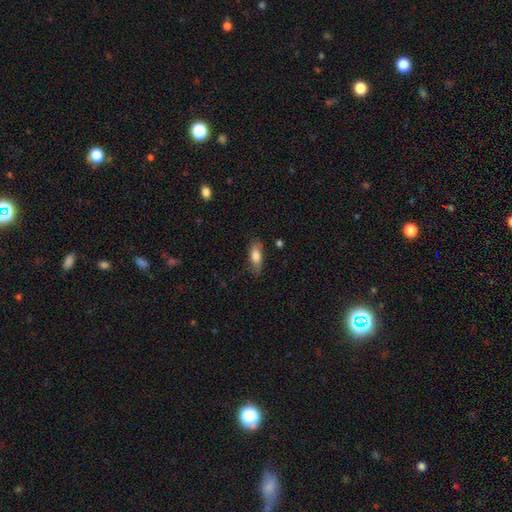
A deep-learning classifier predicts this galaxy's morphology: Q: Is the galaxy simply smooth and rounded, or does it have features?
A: smooth — 77%.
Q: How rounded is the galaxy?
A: in between — 70%.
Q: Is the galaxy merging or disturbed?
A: none — 67%.